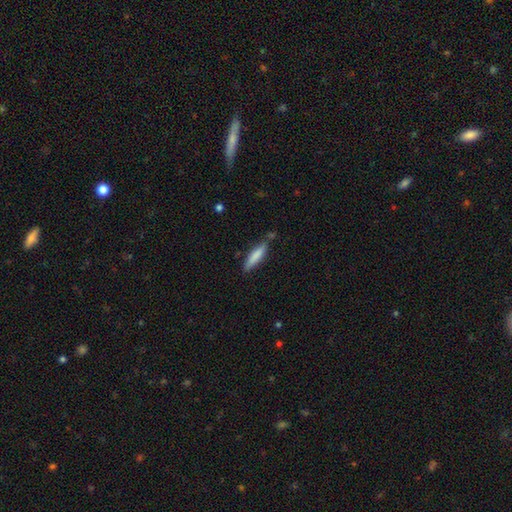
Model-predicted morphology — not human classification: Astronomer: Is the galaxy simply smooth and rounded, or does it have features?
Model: smooth — 78%.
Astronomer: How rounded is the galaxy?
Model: cigar-shaped — 80%.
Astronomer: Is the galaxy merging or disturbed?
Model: none — 74%.